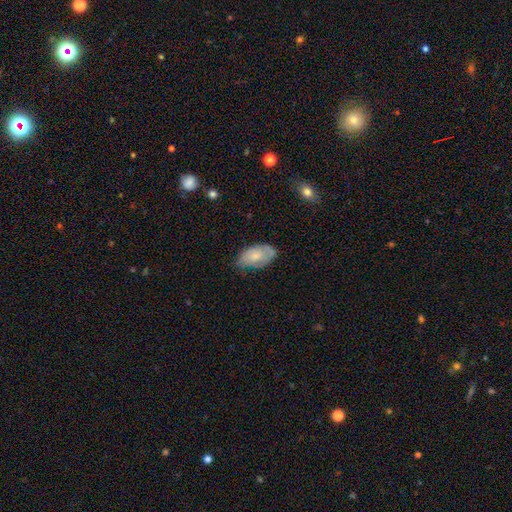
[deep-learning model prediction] Morphology: type=smooth (63%); roundness=in between (93%); merging=none (56%).